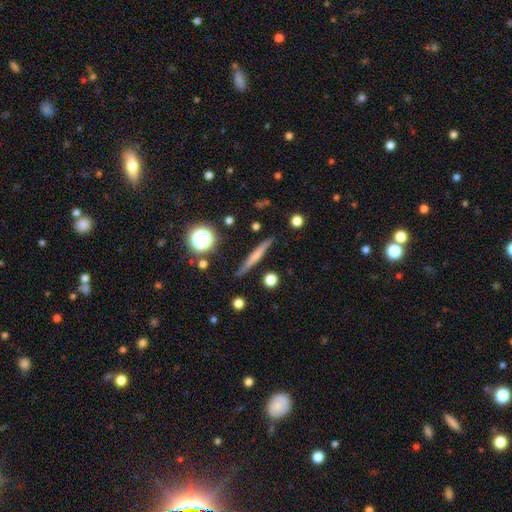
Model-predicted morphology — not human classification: smooth_or_featured: smooth (p=0.49) [alt: featured or disk p=0.43]
merging: none (p=0.87) [alt: minor disturbance p=0.09]